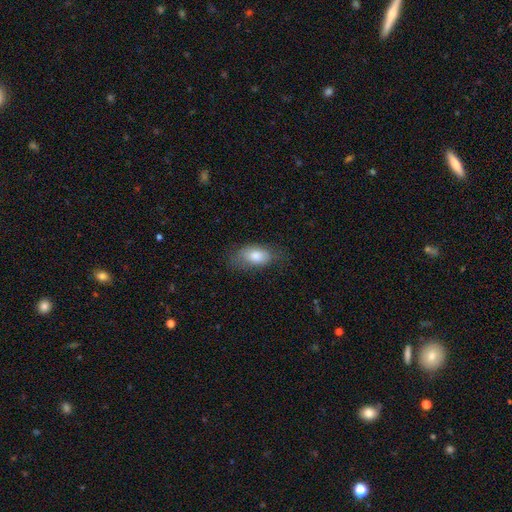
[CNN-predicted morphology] Overall: smooth (77%). How rounded: in between (90%). Merging: none (63%; minor disturbance 25%).